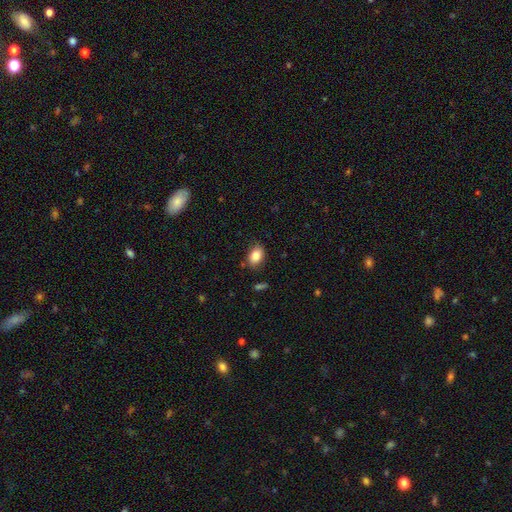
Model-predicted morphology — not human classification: smooth 84%, star or artifact 8%, featured or disk 7%. Down the decision tree: how rounded — in between (83%); merging — none (83%).